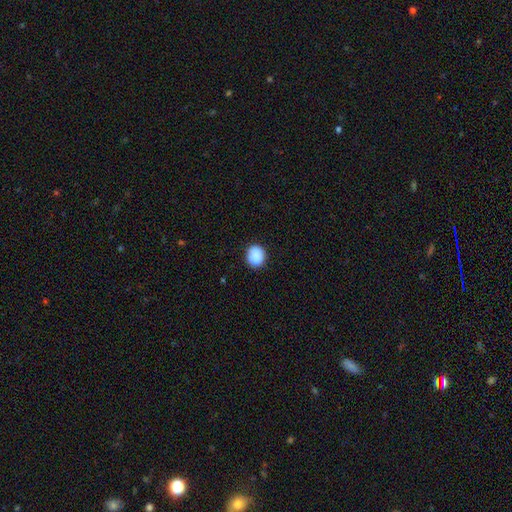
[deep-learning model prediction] Q: Smooth or featured?
A: smooth (89%); runner-up: star or artifact (8%)
Q: How rounded?
A: round (73%); runner-up: in between (27%)
Q: Merging?
A: none (87%); runner-up: minor disturbance (10%)